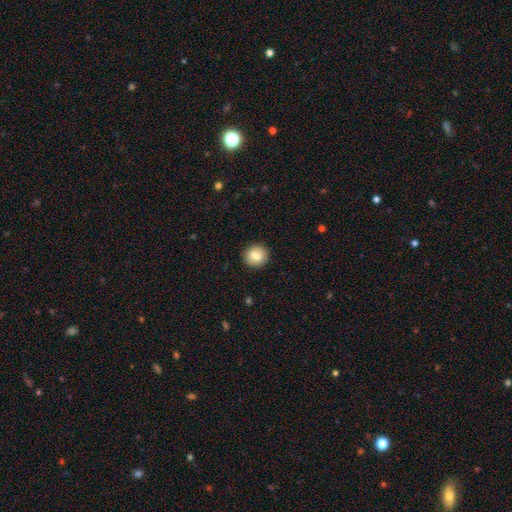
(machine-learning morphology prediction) Smooth or featured? smooth (85%)
How rounded? round (90%)
Merging? none (92%)